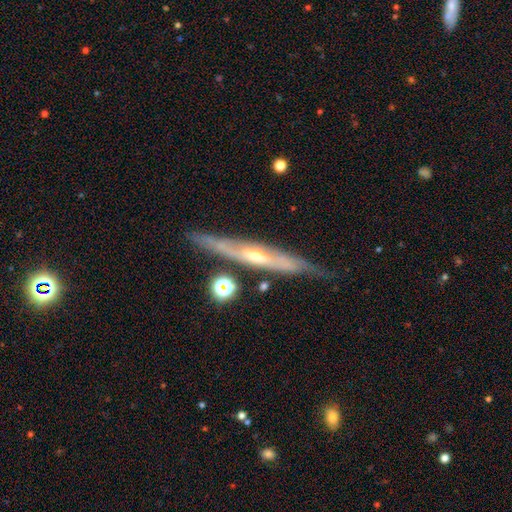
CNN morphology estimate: smooth-or-featured: featured or disk: 78% | smooth: 16% | star or artifact: 7%
  disk-edge-on: yes: 86% | no: 14%
    edge-on-bulge: rounded: 71% | none: 25% | boxy: 4%
  merging: none: 75% | minor disturbance: 17% | merger: 4% | major disturbance: 4%